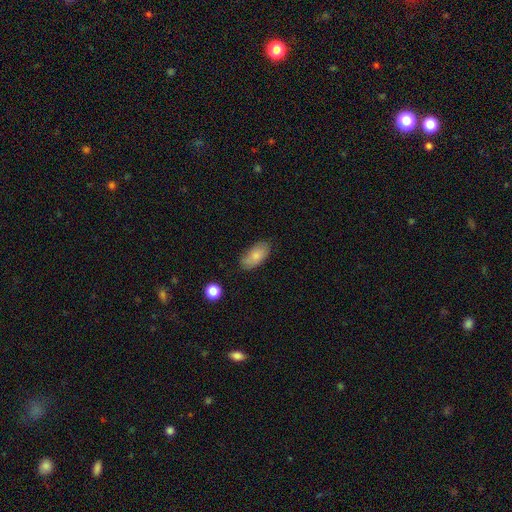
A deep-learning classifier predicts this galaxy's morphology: smooth-or-featured: smooth: 81% | featured or disk: 12% | star or artifact: 7%
  how-rounded: in between: 93% | cigar-shaped: 4% | round: 3%
  merging: none: 77% | minor disturbance: 18% | major disturbance: 3% | merger: 2%